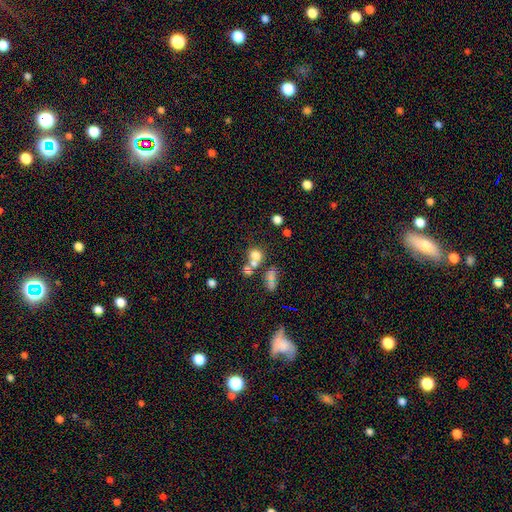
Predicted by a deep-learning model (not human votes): The model was most divided on "merging": merger: 44%, none: 39%, minor disturbance: 10%, major disturbance: 7%. More confident: how rounded — round (70%); smooth or featured — smooth (69%).